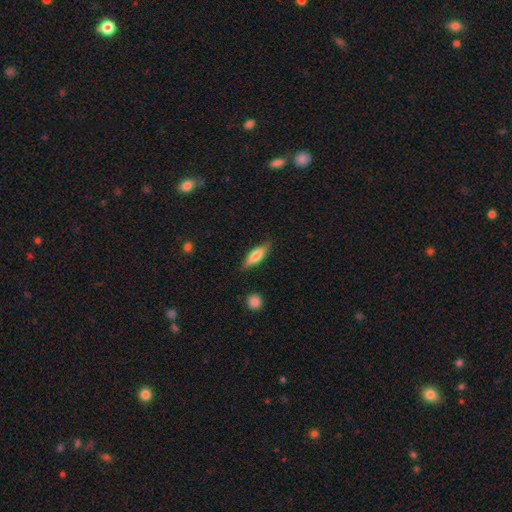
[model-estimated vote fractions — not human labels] Smooth or featured: smooth — 67% (featured or disk — 27%)
How rounded: cigar-shaped — 57% (in between — 41%)
Merging: none — 84% (minor disturbance — 12%)